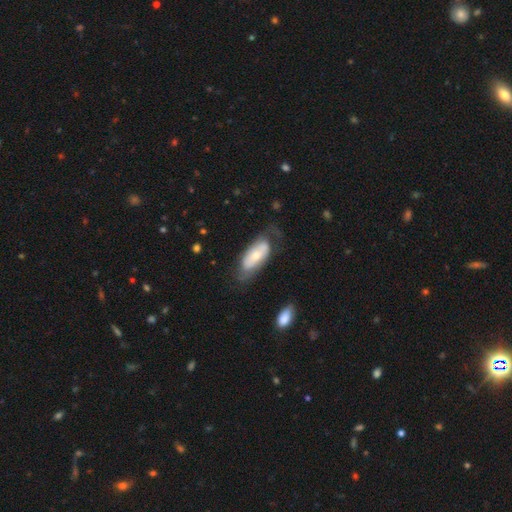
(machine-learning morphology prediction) Smooth or featured: featured or disk — 50% (smooth — 44%)
Edge-on disk: no — 85% (yes — 15%)
Merging: none — 54% (minor disturbance — 25%)